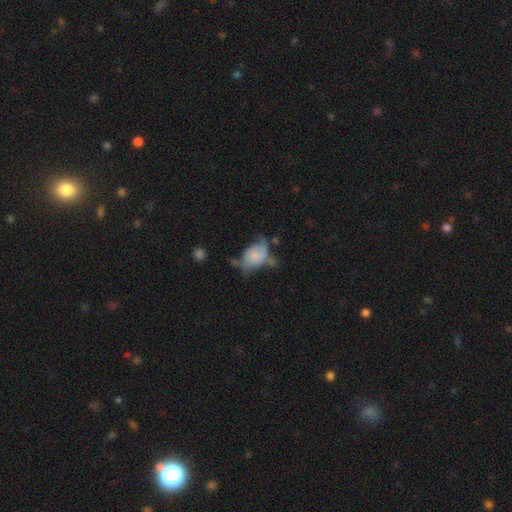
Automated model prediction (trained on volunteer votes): smooth-or-featured: smooth: 62% | featured or disk: 29% | star or artifact: 9%
  how-rounded: in between: 87% | round: 11% | cigar-shaped: 2%
  merging: minor disturbance: 31% | none: 28% | major disturbance: 27% | merger: 15%